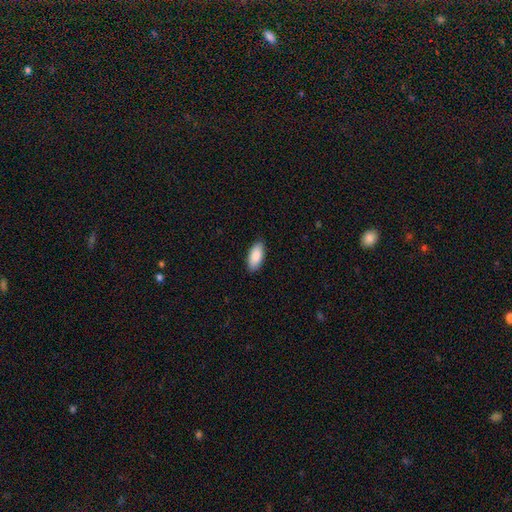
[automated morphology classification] Smooth or featured? Predicted: smooth (p=0.90). How rounded? Predicted: in between (p=0.89). Merging? Predicted: none (p=0.88).